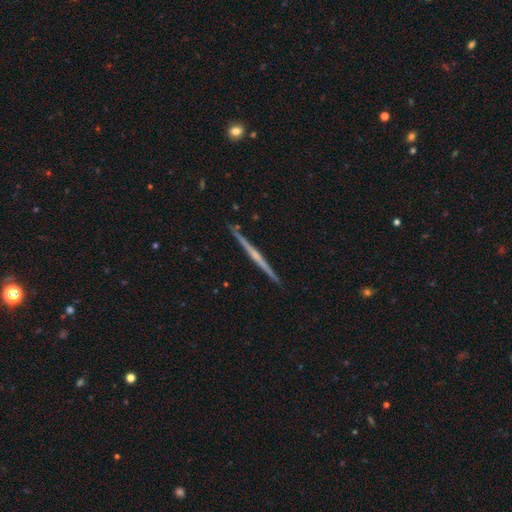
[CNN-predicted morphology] The model was most divided on "edge-on bulge": rounded: 46%, none: 45%, boxy: 9%. More confident: edge-on disk — yes (99%); merging — none (92%); smooth or featured — featured or disk (78%).